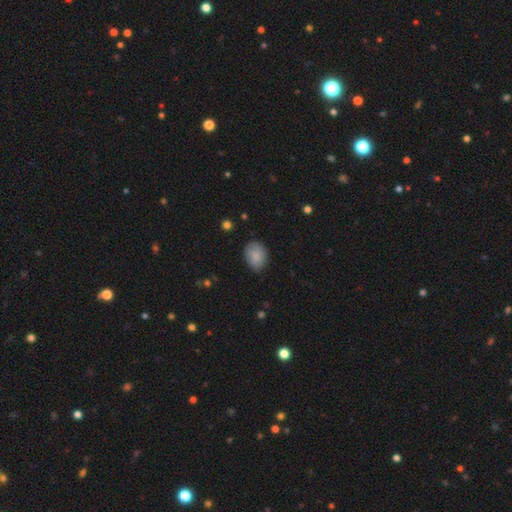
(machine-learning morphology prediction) Smooth or featured?
  - smooth: 85% *
  - featured or disk: 8%
  - star or artifact: 7%
How rounded?
  - in between: 68% *
  - round: 31%
  - cigar-shaped: 1%
Merging?
  - none: 79% *
  - minor disturbance: 17%
  - major disturbance: 3%
  - merger: 1%